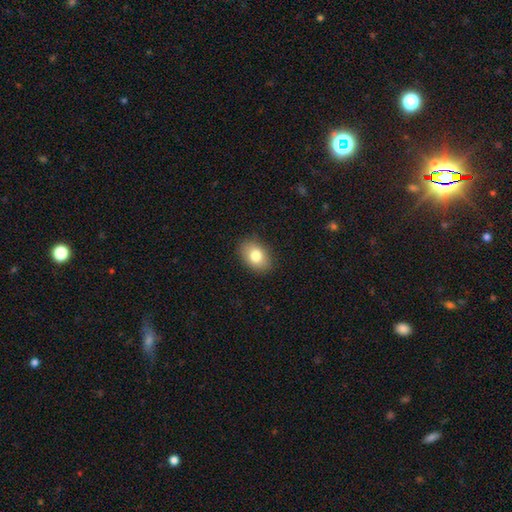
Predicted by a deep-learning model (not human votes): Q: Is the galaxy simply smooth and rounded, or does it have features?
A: smooth — 81%.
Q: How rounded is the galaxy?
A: in between — 79%.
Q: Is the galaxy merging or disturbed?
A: none — 88%.